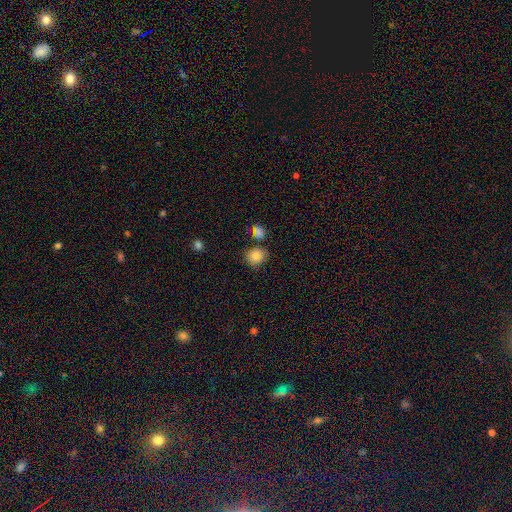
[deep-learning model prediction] Smooth or featured? Predicted: smooth (p=0.84). How rounded? Predicted: round (p=0.71). Merging? Predicted: none (p=0.72).